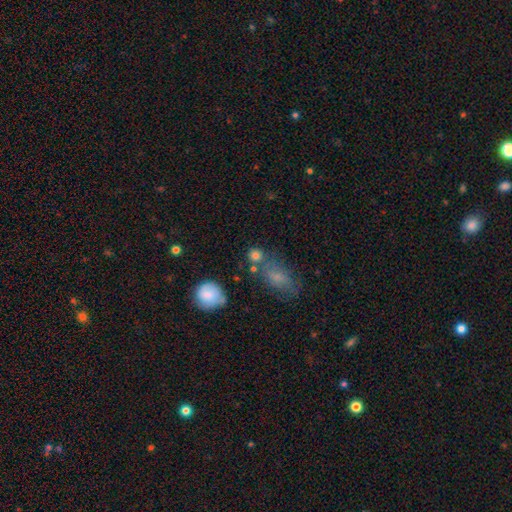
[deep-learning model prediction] Q: Smooth or featured?
A: smooth (80%); runner-up: star or artifact (12%)
Q: How rounded?
A: round (82%); runner-up: in between (17%)
Q: Merging?
A: none (63%); runner-up: merger (17%)